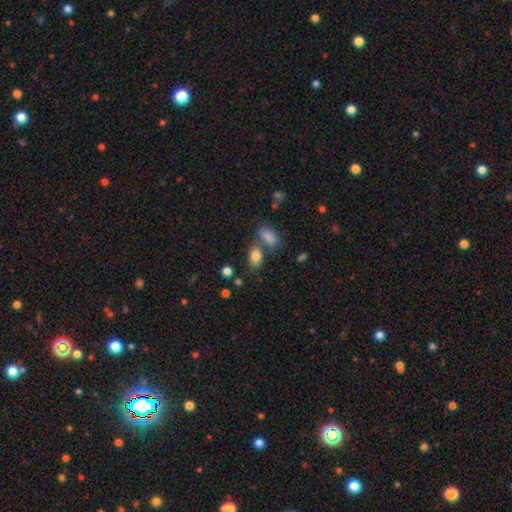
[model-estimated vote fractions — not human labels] Morphology: type=smooth (83%); roundness=in between (88%); merging=none (55%).